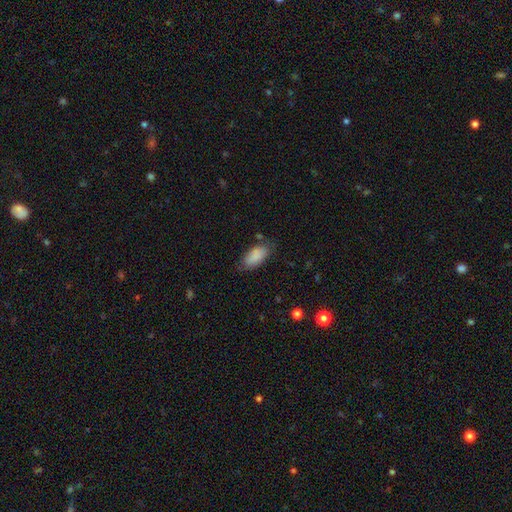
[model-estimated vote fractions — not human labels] Smooth or featured: smooth — 87% (star or artifact — 7%)
How rounded: in between — 89% (cigar-shaped — 8%)
Merging: none — 74% (minor disturbance — 20%)